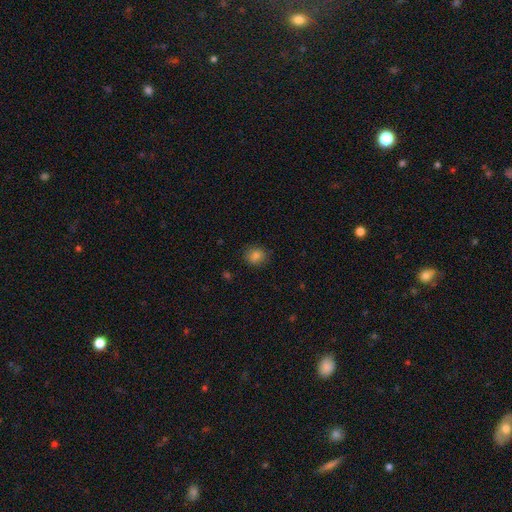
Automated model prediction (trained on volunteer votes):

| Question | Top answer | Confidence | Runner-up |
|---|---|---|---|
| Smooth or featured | smooth | 84% | star or artifact (11%) |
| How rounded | round | 70% | in between (29%) |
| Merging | none | 86% | minor disturbance (10%) |